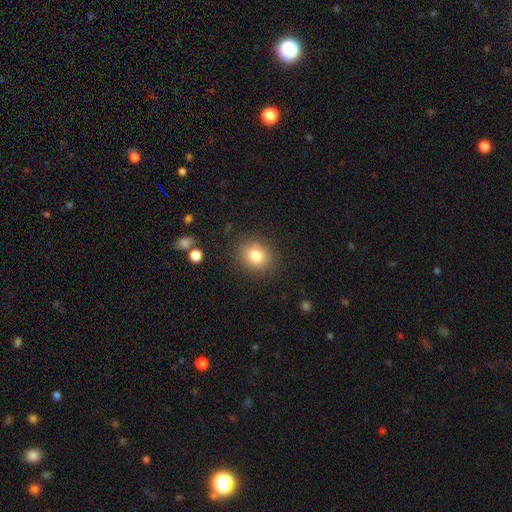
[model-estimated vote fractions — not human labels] Q: Smooth or featured?
A: smooth (82%); runner-up: star or artifact (11%)
Q: How rounded?
A: round (71%); runner-up: in between (28%)
Q: Merging?
A: none (85%); runner-up: minor disturbance (10%)